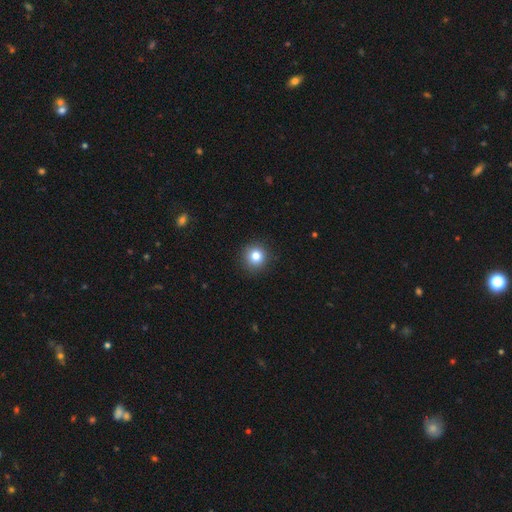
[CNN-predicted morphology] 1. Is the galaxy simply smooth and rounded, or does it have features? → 83% smooth, 11% star or artifact, 6% featured or disk.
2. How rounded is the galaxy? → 93% round, 6% in between, 1% cigar-shaped.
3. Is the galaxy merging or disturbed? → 91% none, 6% minor disturbance, 2% major disturbance, 1% merger.